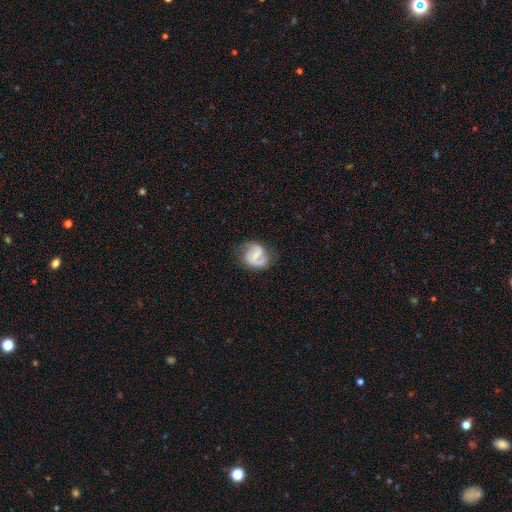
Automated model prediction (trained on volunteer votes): smooth_or_featured: featured or disk (p=0.69) [alt: smooth p=0.24]
disk_edge_on: no (p=0.98) [alt: yes p=0.02]
bar: weak (p=0.48) [alt: strong p=0.28]
has_spiral_arms: yes (p=0.88) [alt: no p=0.12]
spiral_winding: medium (p=0.46) [alt: loose p=0.35]
spiral_arm_count: 2 (p=0.82) [alt: 1 p=0.08]
bulge_size: small (p=0.52) [alt: none p=0.23]
merging: none (p=0.67) [alt: minor disturbance p=0.21]